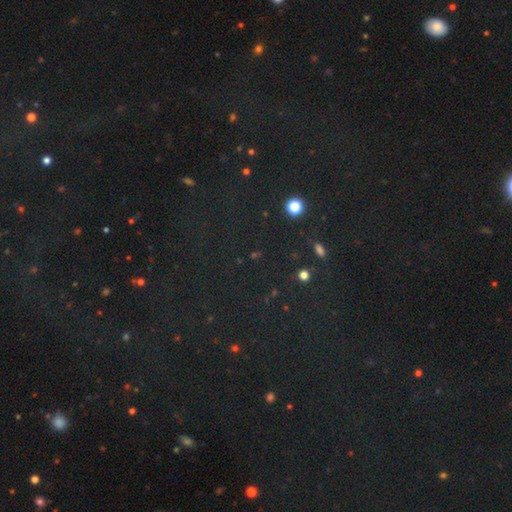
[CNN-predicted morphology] smooth_or_featured: star or artifact (p=0.79) [alt: smooth p=0.14]